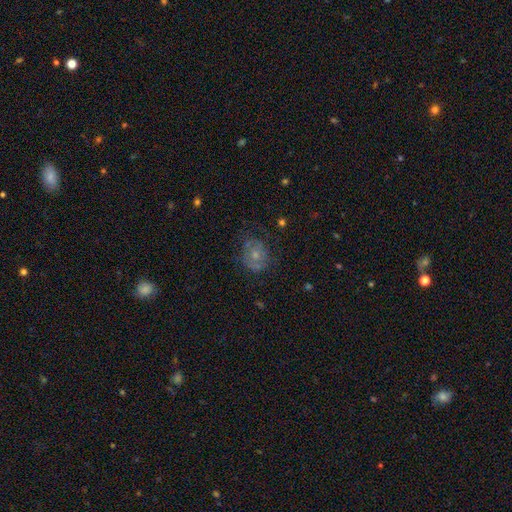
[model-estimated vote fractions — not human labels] featured or disk 45%, smooth 43%, star or artifact 12%. Down the decision tree: merging — none (60%).